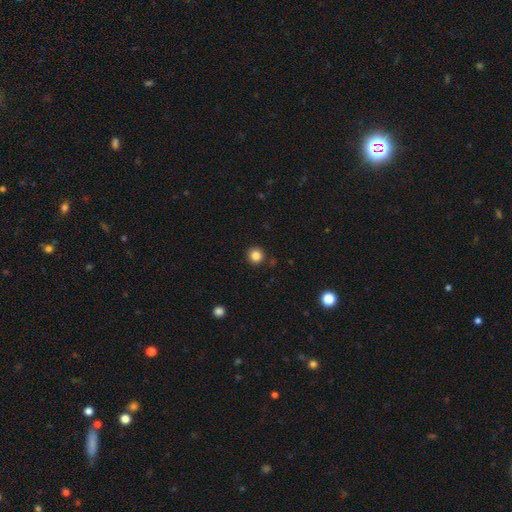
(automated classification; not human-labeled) Smooth or featured? smooth (85%)
How rounded? round (94%)
Merging? none (91%)